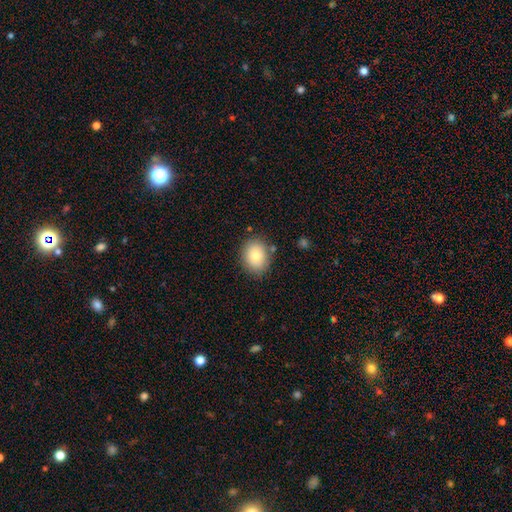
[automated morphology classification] smooth-or-featured: smooth: 81% | featured or disk: 11% | star or artifact: 9%
  how-rounded: round: 51% | in between: 49% | cigar-shaped: 1%
  merging: none: 83% | minor disturbance: 12% | major disturbance: 3% | merger: 3%